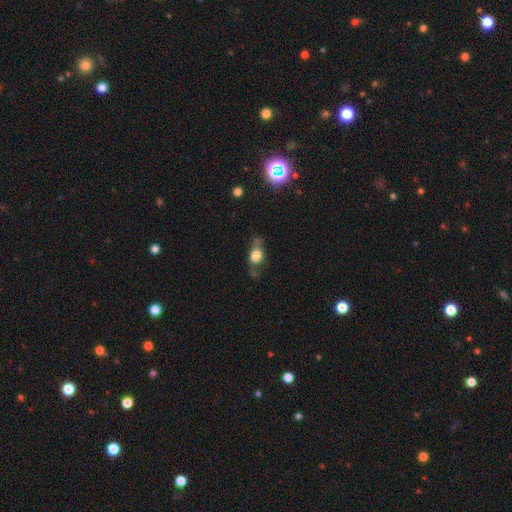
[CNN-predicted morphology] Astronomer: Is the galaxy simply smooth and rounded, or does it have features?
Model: smooth — 65%.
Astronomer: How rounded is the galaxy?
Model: round — 50% (runner-up: in between, 46%).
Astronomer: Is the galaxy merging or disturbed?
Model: none — 48% (runner-up: minor disturbance, 27%).